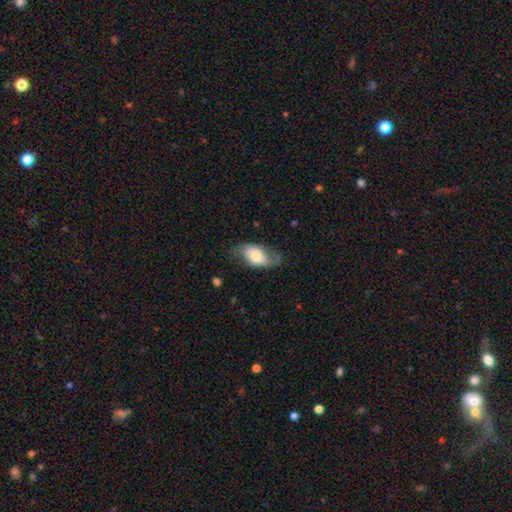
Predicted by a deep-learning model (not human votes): A featured or disk galaxy (48%).

Vote fractions:
- Smooth or featured? featured or disk: 48% / smooth: 46% / star or artifact: 6%
- Merging? none: 55% / minor disturbance: 27% / major disturbance: 16% / merger: 2%